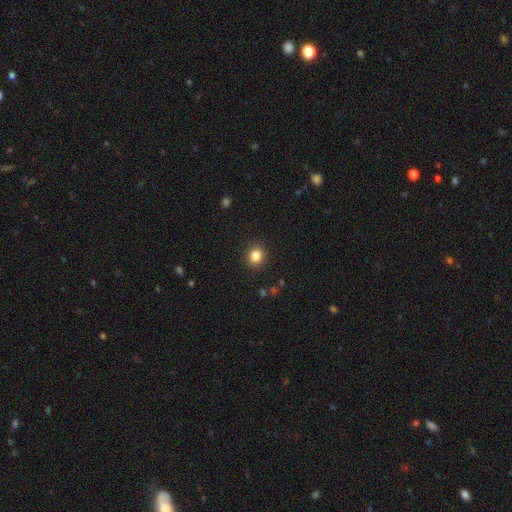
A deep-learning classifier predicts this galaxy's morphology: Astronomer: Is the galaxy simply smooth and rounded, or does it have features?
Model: smooth — 84%.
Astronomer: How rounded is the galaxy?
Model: round — 74%.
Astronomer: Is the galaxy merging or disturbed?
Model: none — 90%.